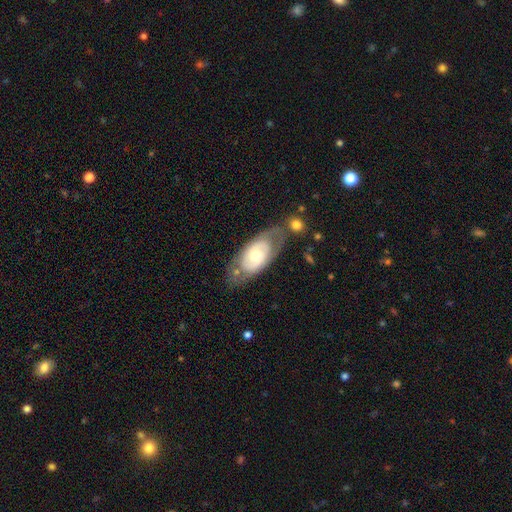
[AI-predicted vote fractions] Smooth or featured? featured or disk (53%)
Edge-on disk? no (88%)
Merging? none (58%)